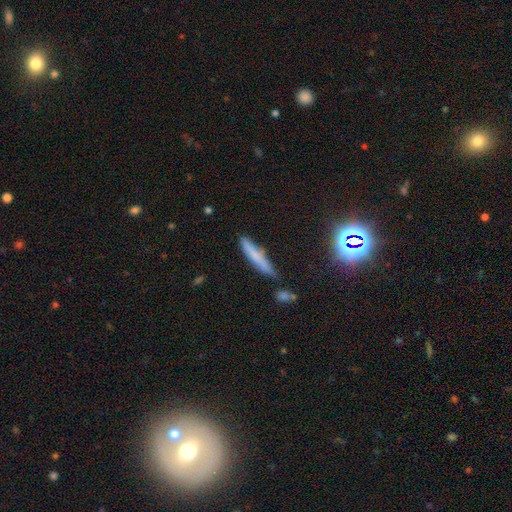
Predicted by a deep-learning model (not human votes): Smooth or featured: smooth — 65% (featured or disk — 23%)
How rounded: cigar-shaped — 92% (in between — 6%)
Merging: none — 72% (minor disturbance — 18%)